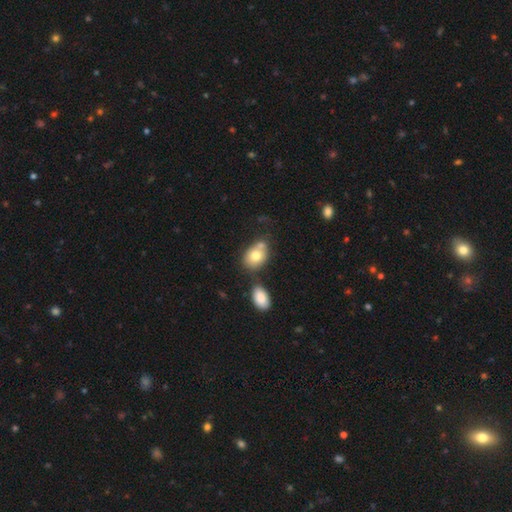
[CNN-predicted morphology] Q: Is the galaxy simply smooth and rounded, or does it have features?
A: smooth — 75%.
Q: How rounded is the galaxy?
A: in between — 66%.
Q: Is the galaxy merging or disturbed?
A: none — 44%.